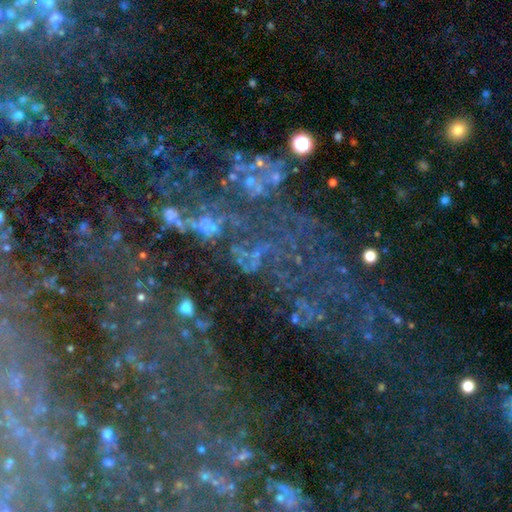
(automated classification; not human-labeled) smooth_or_featured: star or artifact (p=0.48) [alt: featured or disk p=0.34]